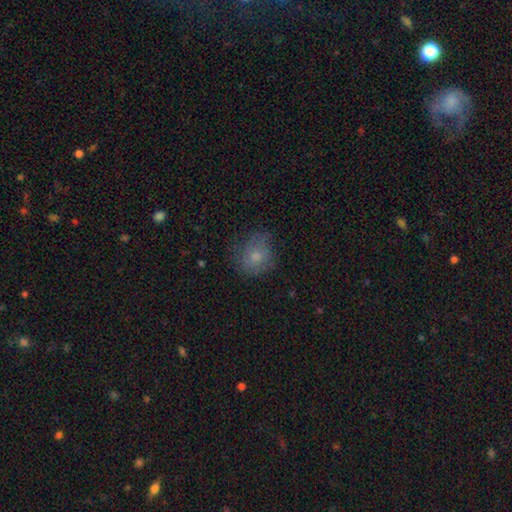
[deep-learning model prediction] Overall: smooth (73%). How rounded: round (73%). Merging: none (65%).